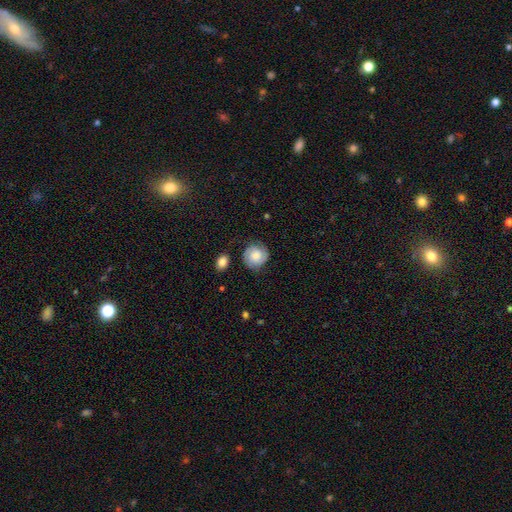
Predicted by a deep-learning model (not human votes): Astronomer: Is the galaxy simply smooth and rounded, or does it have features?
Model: featured or disk — 46%, tied with smooth at 46%.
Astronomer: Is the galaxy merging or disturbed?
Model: none — 75%.